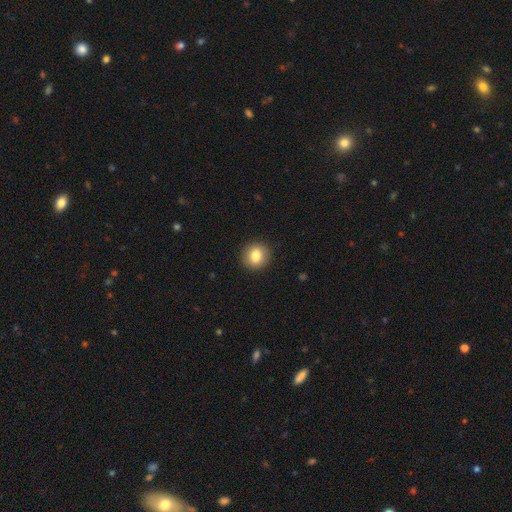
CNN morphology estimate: Overall: smooth (82%). How rounded: round (84%). Merging: none (91%).